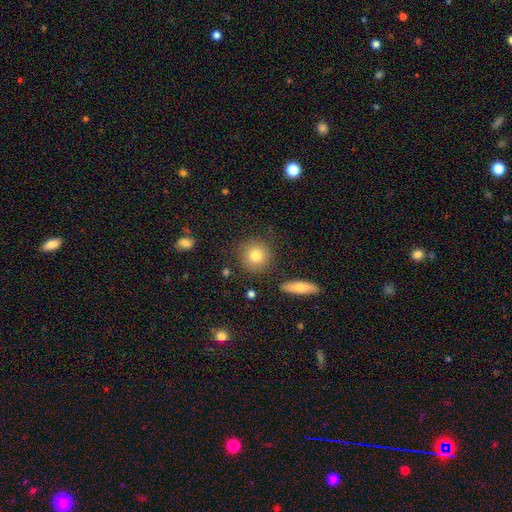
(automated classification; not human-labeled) A smooth galaxy with no disk features (79%) that is round (91%). Merging: none (84%).